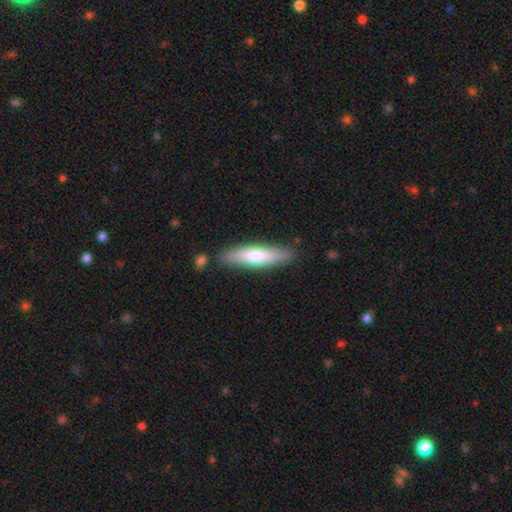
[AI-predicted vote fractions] This is likely a smooth galaxy (62%). How rounded: likely cigar-shaped (77%). Merging: clearly none (84%).